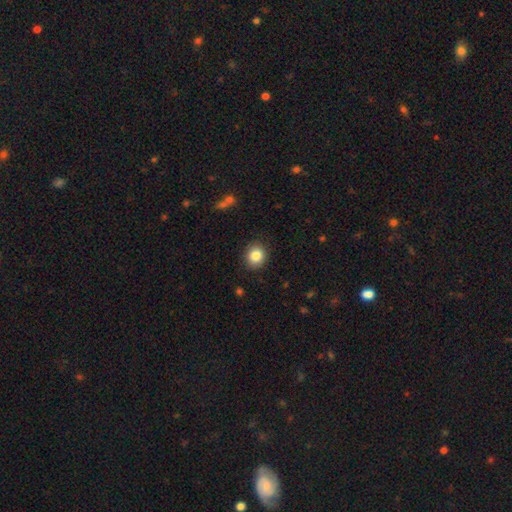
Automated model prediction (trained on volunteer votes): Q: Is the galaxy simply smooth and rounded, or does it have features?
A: smooth — 84%.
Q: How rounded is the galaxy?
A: round — 80%.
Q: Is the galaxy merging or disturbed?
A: none — 89%.